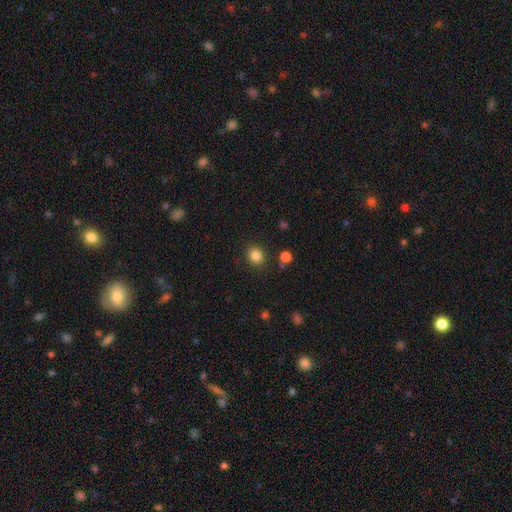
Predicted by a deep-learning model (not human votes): smooth 84%, star or artifact 12%, featured or disk 5%. Down the decision tree: how rounded — round (77%); merging — none (87%).